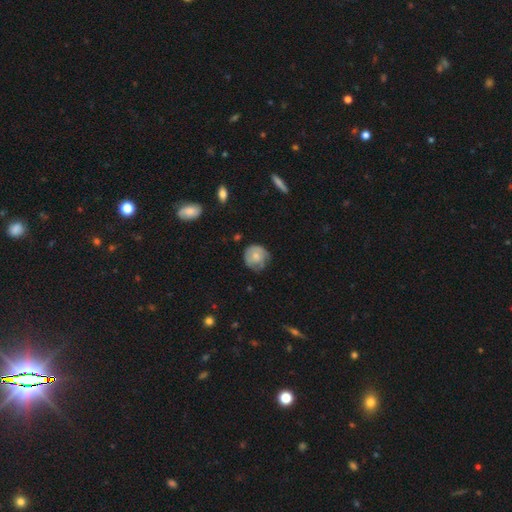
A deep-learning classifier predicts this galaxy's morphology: Smooth or featured: smooth — 49% (featured or disk — 44%)
Merging: none — 58% (minor disturbance — 29%)